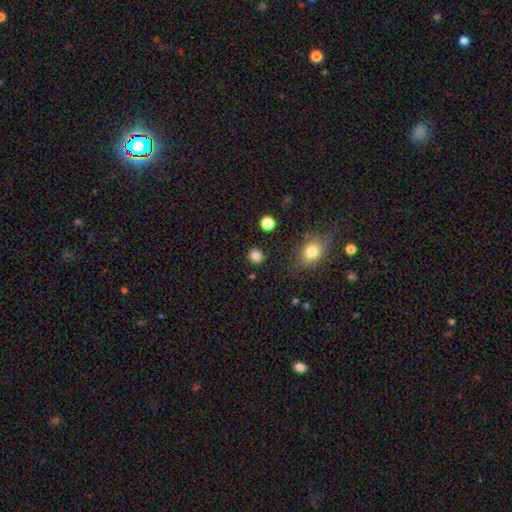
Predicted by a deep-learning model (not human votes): This is clearly a smooth galaxy (84%). How rounded: likely round (76%). Merging: clearly none (87%).